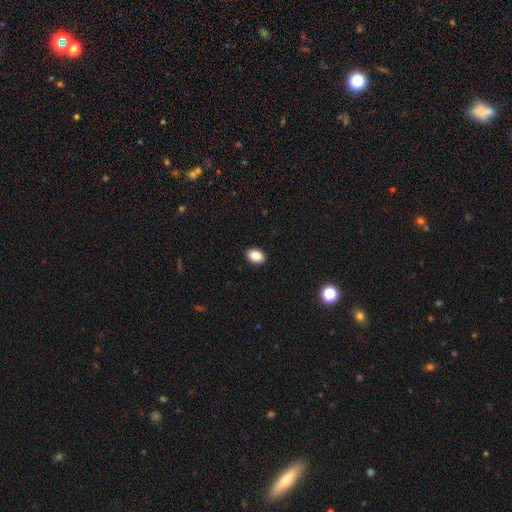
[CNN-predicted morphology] Smooth or featured?
  - smooth: 88% *
  - star or artifact: 8%
  - featured or disk: 4%
How rounded?
  - in between: 83% *
  - round: 16%
  - cigar-shaped: 1%
Merging?
  - none: 91% *
  - minor disturbance: 6%
  - major disturbance: 2%
  - merger: 1%